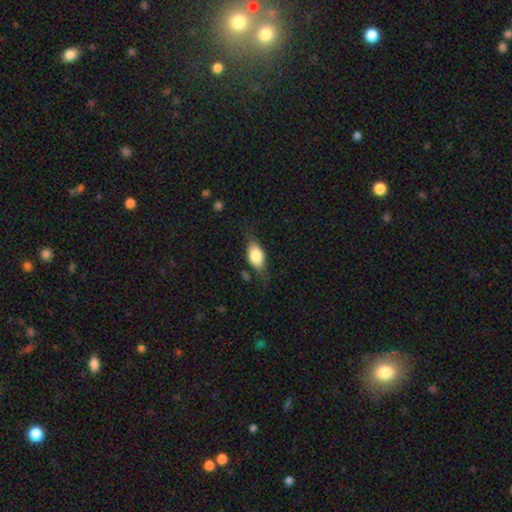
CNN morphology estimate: Smooth or featured? Predicted: smooth (p=0.76). How rounded? Predicted: in between (p=0.86). Merging? Predicted: none (p=0.68).